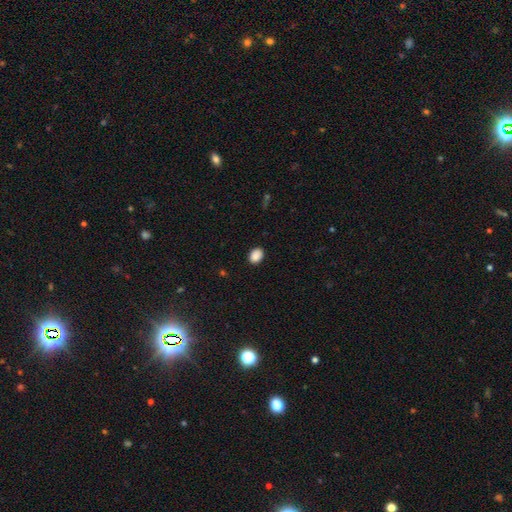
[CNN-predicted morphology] Smooth or featured? smooth (88%)
How rounded? in between (67%)
Merging? none (86%)